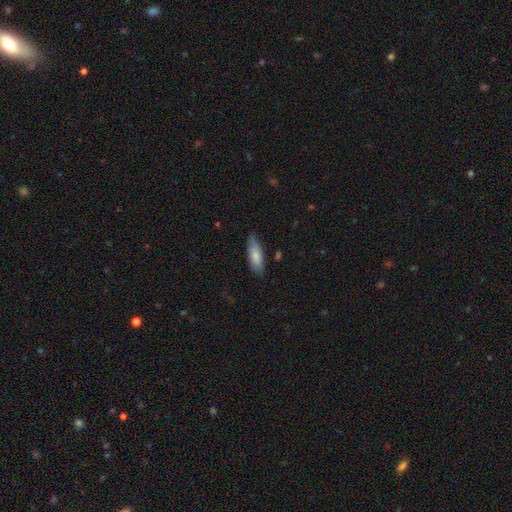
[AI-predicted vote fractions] This is likely a smooth galaxy (77%). How rounded: likely in between (63%). Merging: likely none (75%).